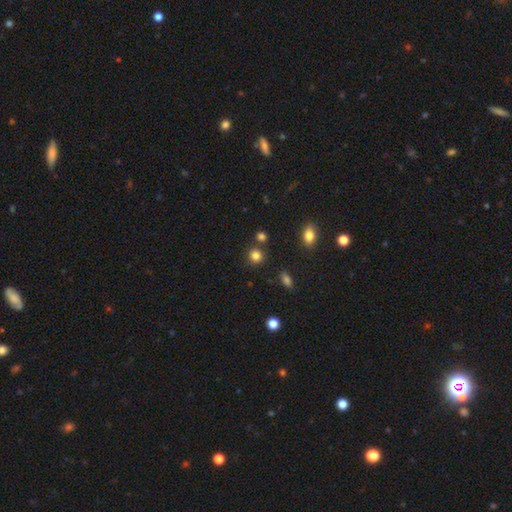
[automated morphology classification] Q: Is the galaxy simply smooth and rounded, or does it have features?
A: smooth — 83%.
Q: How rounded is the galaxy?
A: round — 87%.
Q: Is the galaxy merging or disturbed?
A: none — 81%.